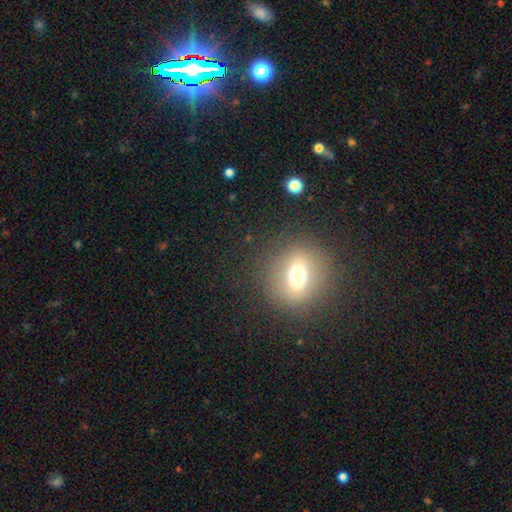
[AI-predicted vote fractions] Smooth or featured: smooth — 42% (featured or disk — 33%)
Merging: none — 89% (minor disturbance — 6%)